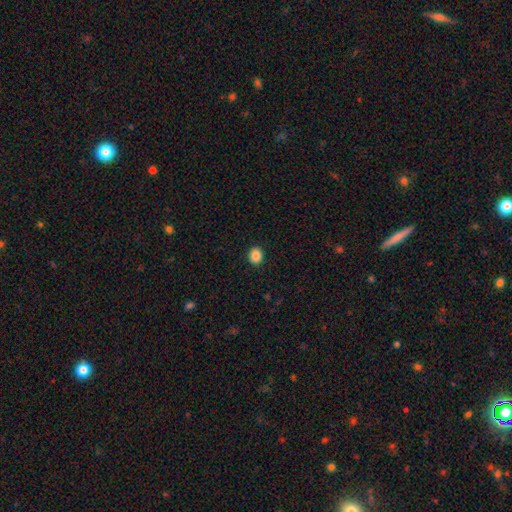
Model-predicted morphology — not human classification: Overall: smooth (87%). How rounded: round (70%). Merging: none (92%).